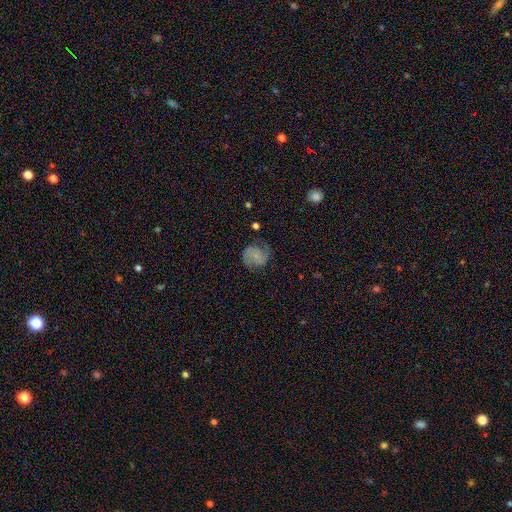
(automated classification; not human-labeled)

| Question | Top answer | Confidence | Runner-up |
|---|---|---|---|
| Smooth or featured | featured or disk | 63% | smooth (28%) |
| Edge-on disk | no | 98% | yes (2%) |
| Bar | no | 70% | weak (25%) |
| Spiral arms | yes | 93% | no (7%) |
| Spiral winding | medium | 46% | tight (30%) |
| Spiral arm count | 2 | 83% | can't tell (7%) |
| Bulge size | small | 56% | none (28%) |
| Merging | none | 70% | minor disturbance (19%) |